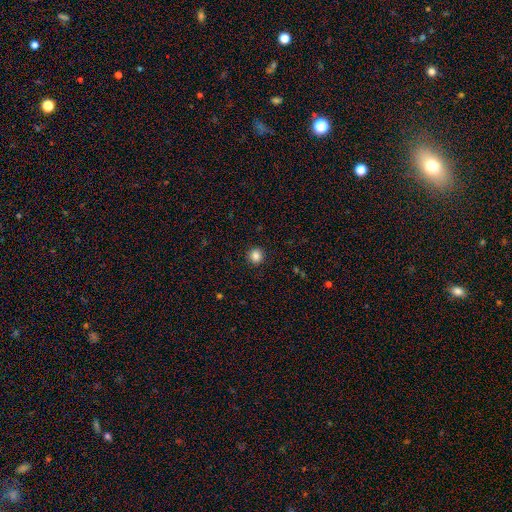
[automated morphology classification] Smooth or featured? Predicted: smooth (p=0.85). How rounded? Predicted: round (p=0.90). Merging? Predicted: none (p=0.92).